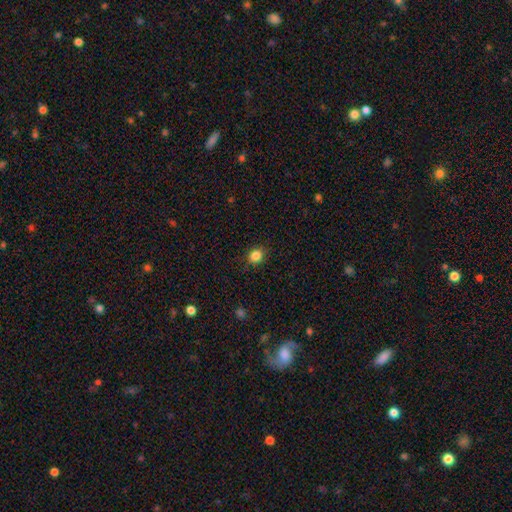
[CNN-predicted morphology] A smooth galaxy with no disk features (84%) that is round (71%).

Vote fractions:
- Smooth or featured? smooth: 84% / star or artifact: 11% / featured or disk: 5%
- How rounded? round: 71% / in between: 28% / cigar-shaped: 1%
- Merging? none: 85% / minor disturbance: 11% / major disturbance: 3% / merger: 1%